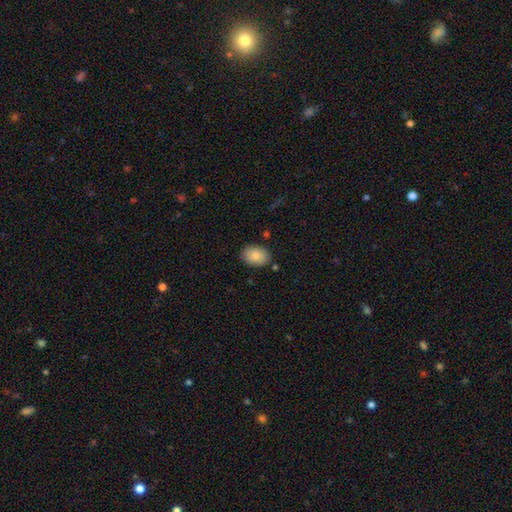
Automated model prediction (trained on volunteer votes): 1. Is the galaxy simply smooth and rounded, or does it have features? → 84% smooth, 9% featured or disk, 7% star or artifact.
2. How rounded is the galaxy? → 83% in between, 16% round, 1% cigar-shaped.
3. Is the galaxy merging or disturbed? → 85% none, 11% minor disturbance, 2% merger, 2% major disturbance.